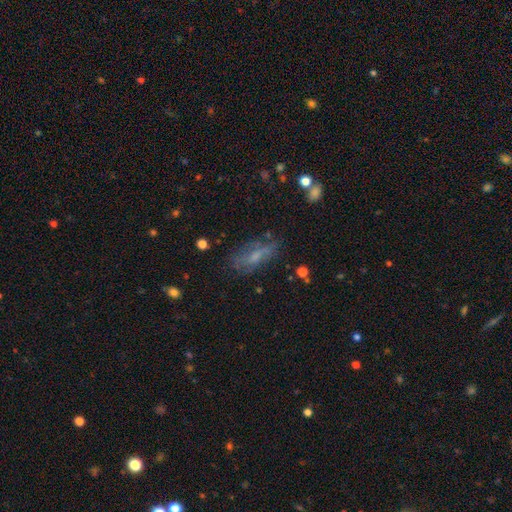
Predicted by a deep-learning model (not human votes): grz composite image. It shows a smooth galaxy with no disk features (49%). Merging: none (59%).